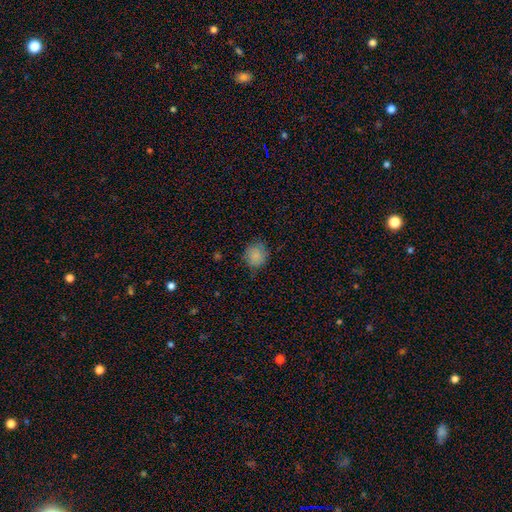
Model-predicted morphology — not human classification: Smooth or featured? Predicted: smooth (p=0.84). How rounded? Predicted: round (p=0.84). Merging? Predicted: none (p=0.78).